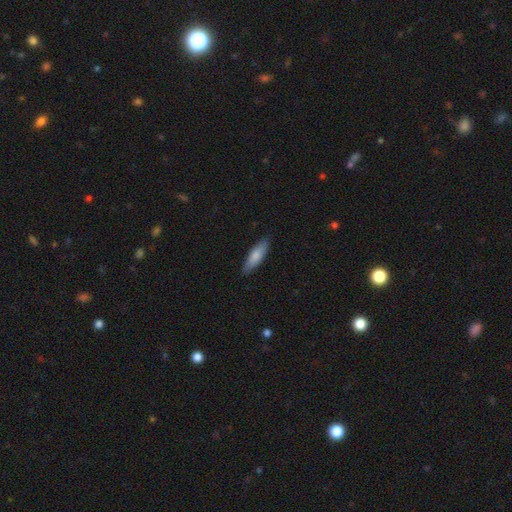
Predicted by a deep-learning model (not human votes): Morphology: type=smooth (80%); roundness=cigar-shaped (56%); merging=none (86%).